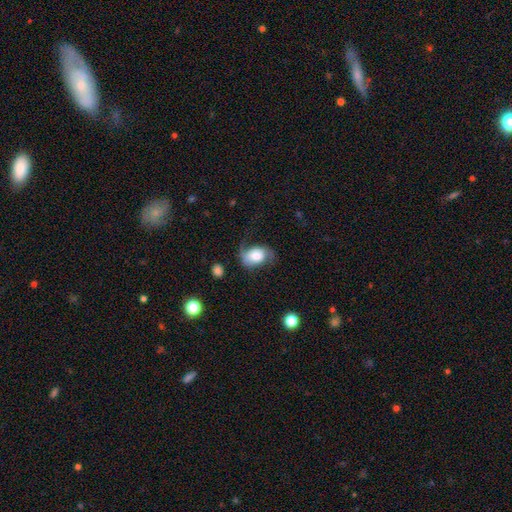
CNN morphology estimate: The model was most divided on "smooth or featured": smooth: 51%, featured or disk: 41%, star or artifact: 8%. Remaining: how rounded — in between (76%); merging — none (43%).